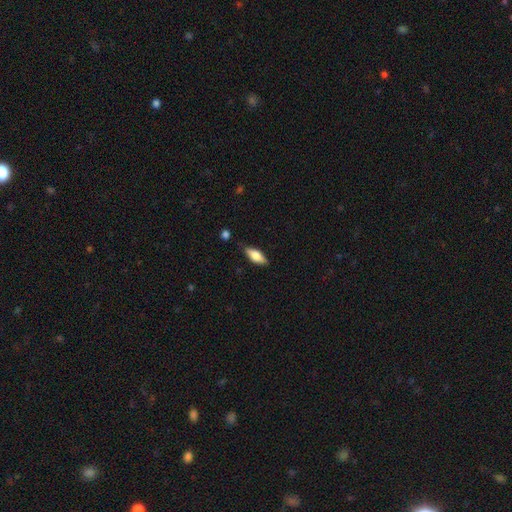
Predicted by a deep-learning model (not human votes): A smooth galaxy with no disk features (69%) that is in between round and cigar-shaped (73%). Merging: none (82%).